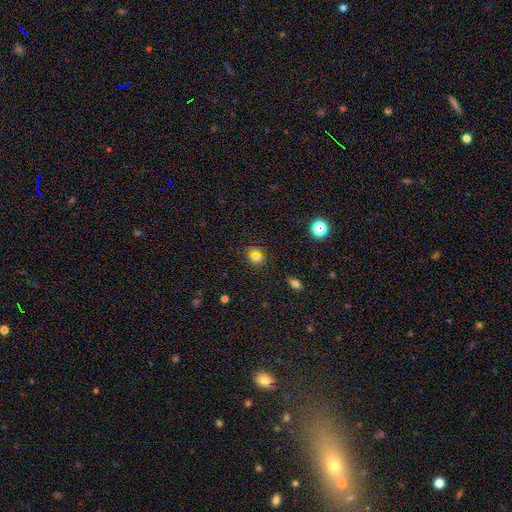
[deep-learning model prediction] A smooth galaxy with no disk features (59%) that is round (74%). Merging: none (80%).